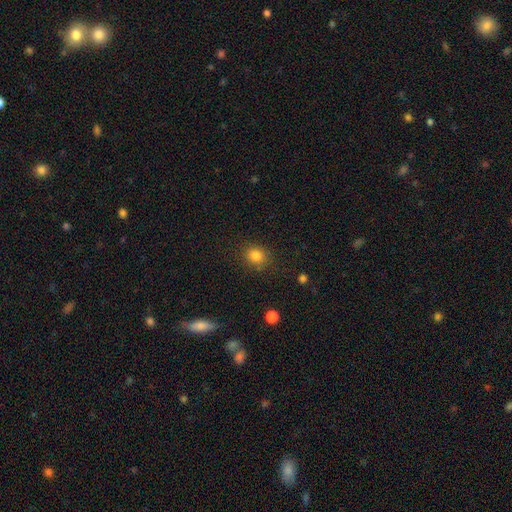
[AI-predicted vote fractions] Q: Smooth or featured?
A: smooth (84%); runner-up: star or artifact (12%)
Q: How rounded?
A: round (66%); runner-up: in between (33%)
Q: Merging?
A: none (84%); runner-up: minor disturbance (11%)